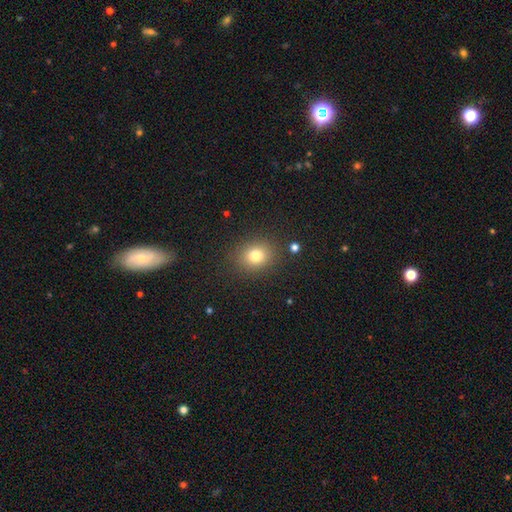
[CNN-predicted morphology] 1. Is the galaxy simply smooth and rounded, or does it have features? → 78% smooth, 14% star or artifact, 9% featured or disk.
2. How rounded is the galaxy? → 65% round, 35% in between, 1% cigar-shaped.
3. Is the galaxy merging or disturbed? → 86% none, 8% minor disturbance, 3% major disturbance, 2% merger.